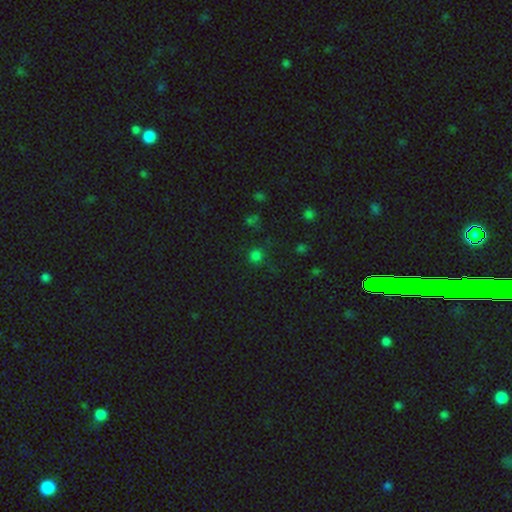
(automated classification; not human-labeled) Q: Smooth or featured?
A: smooth (67%); runner-up: star or artifact (28%)
Q: How rounded?
A: round (90%); runner-up: in between (9%)
Q: Merging?
A: none (76%); runner-up: minor disturbance (13%)